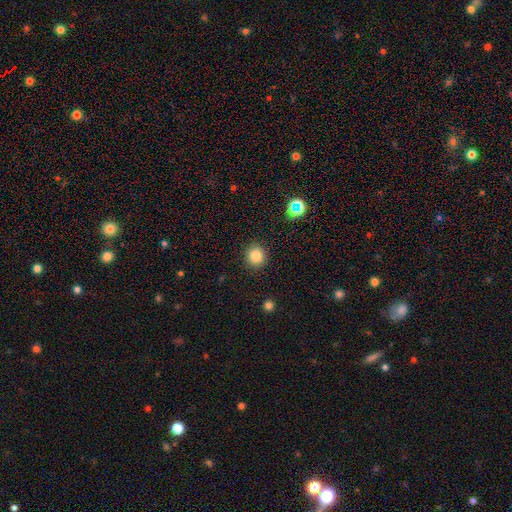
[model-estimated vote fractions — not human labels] Smooth or featured: smooth — 83% (star or artifact — 12%)
How rounded: round — 91% (in between — 8%)
Merging: none — 90% (minor disturbance — 6%)